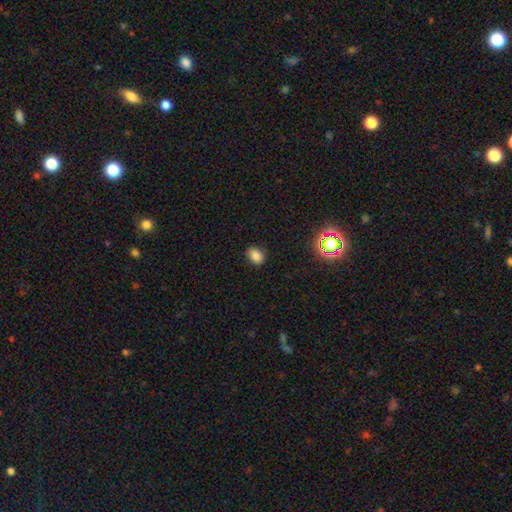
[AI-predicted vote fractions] Morphology: type=smooth (81%); roundness=in between (63%); merging=none (84%).